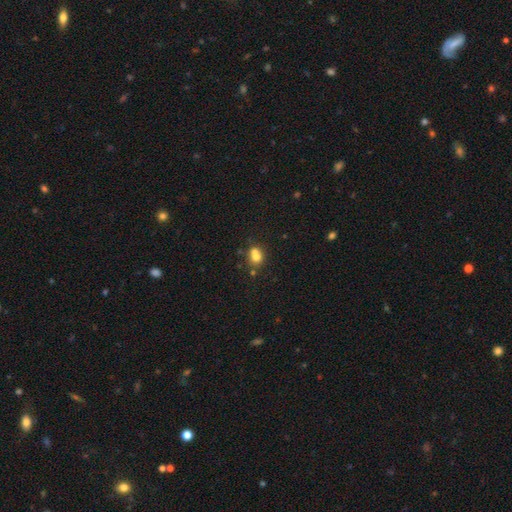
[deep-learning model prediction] smooth 70%, featured or disk 17%, star or artifact 13%. Down the decision tree: how rounded — round (67%); merging — merger (50%).